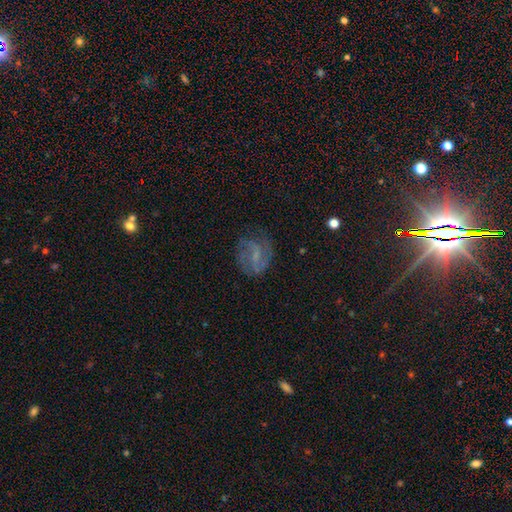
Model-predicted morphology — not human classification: smooth_or_featured: featured or disk (p=0.64) [alt: smooth p=0.25]
disk_edge_on: no (p=0.97) [alt: yes p=0.03]
bar: weak (p=0.52) [alt: no p=0.29]
has_spiral_arms: yes (p=0.85) [alt: no p=0.15]
spiral_winding: medium (p=0.46) [alt: tight p=0.29]
spiral_arm_count: 2 (p=0.60) [alt: can't tell p=0.21]
bulge_size: small (p=0.45) [alt: none p=0.35]
merging: none (p=0.66) [alt: minor disturbance p=0.19]